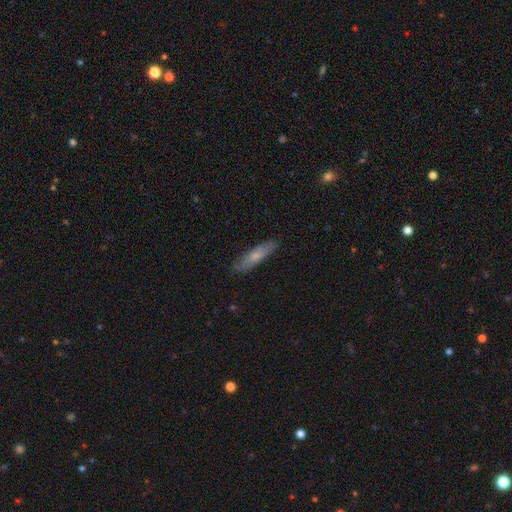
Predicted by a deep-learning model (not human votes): smooth_or_featured: smooth (p=0.62) [alt: featured or disk p=0.32]
how_rounded: cigar-shaped (p=0.74) [alt: in between p=0.24]
merging: none (p=0.85) [alt: minor disturbance p=0.12]